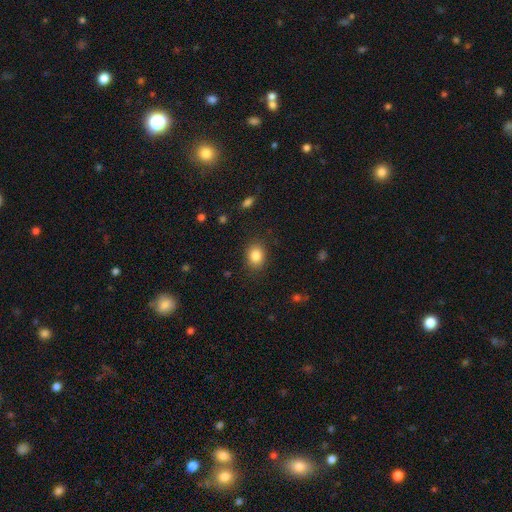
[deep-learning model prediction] Q: Smooth or featured?
A: smooth (84%); runner-up: star or artifact (10%)
Q: How rounded?
A: in between (56%); runner-up: round (43%)
Q: Merging?
A: none (87%); runner-up: minor disturbance (9%)